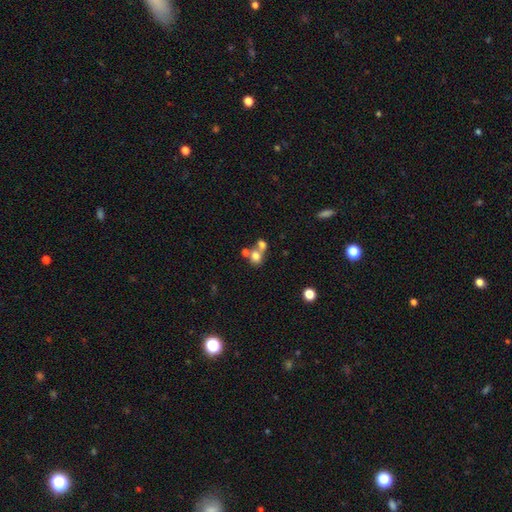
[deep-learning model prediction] A smooth galaxy with no disk features (71%) that is round (71%).

Vote fractions:
- Smooth or featured? smooth: 71% / featured or disk: 16% / star or artifact: 13%
- How rounded? round: 71% / in between: 28% / cigar-shaped: 1%
- Merging? merger: 56% / none: 32% / minor disturbance: 7% / major disturbance: 5%